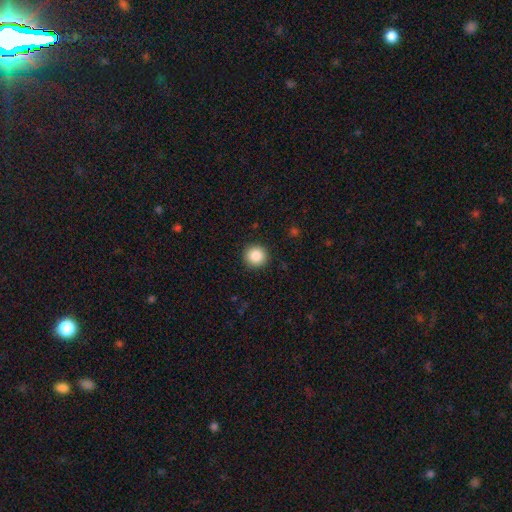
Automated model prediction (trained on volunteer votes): Smooth or featured: smooth — 87% (star or artifact — 9%)
How rounded: round — 95% (in between — 4%)
Merging: none — 92% (minor disturbance — 5%)